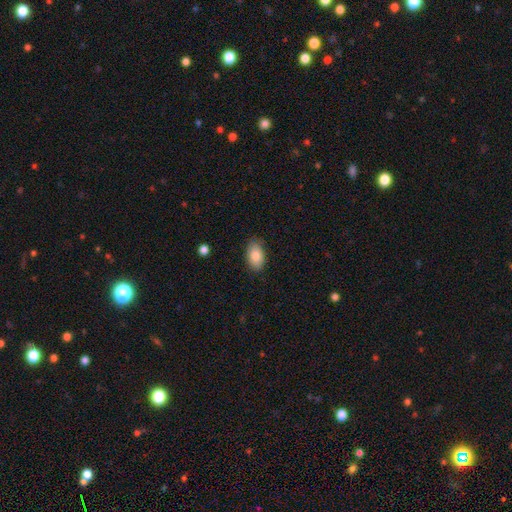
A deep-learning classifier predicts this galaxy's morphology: Q: Smooth or featured?
A: smooth (84%); runner-up: featured or disk (9%)
Q: How rounded?
A: in between (92%); runner-up: round (6%)
Q: Merging?
A: none (85%); runner-up: minor disturbance (12%)